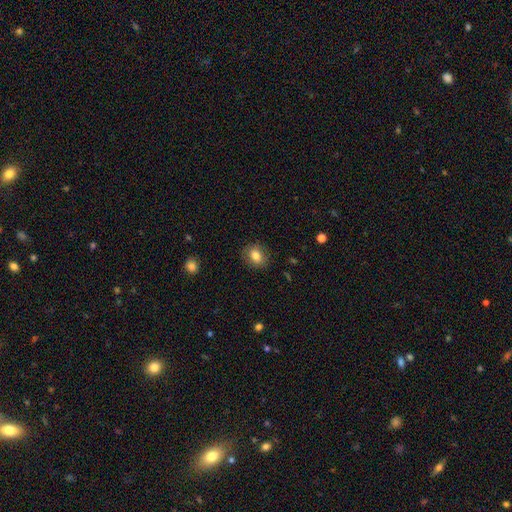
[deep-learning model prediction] Smooth or featured?
  - smooth: 81% *
  - featured or disk: 10%
  - star or artifact: 9%
How rounded?
  - round: 55% *
  - in between: 44%
  - cigar-shaped: 1%
Merging?
  - none: 86% *
  - minor disturbance: 10%
  - major disturbance: 3%
  - merger: 1%